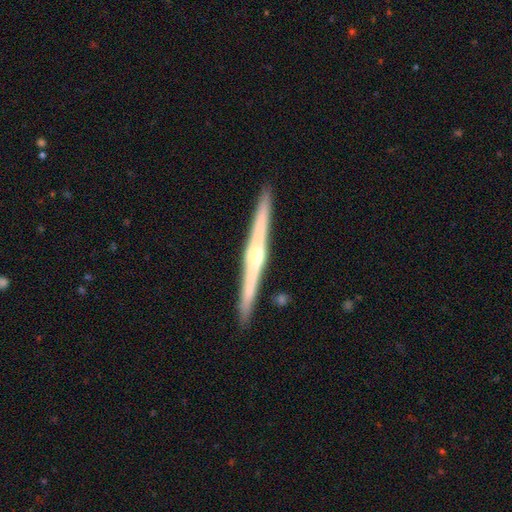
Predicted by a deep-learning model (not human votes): smooth_or_featured: featured or disk (p=0.79) [alt: smooth p=0.16]
disk_edge_on: yes (p=0.98) [alt: no p=0.02]
edge_on_bulge: rounded (p=0.78) [alt: none p=0.13]
merging: none (p=0.92) [alt: minor disturbance p=0.06]